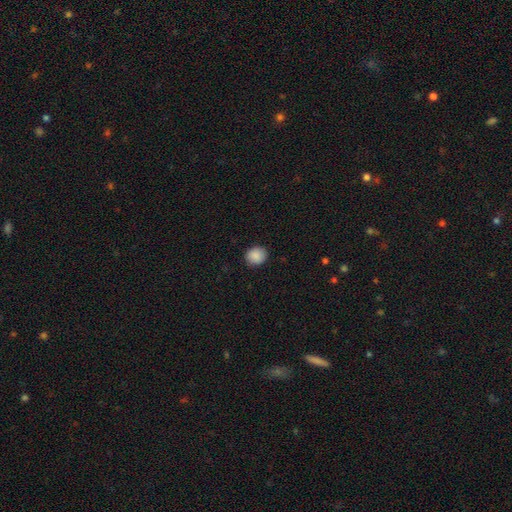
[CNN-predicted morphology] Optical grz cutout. It shows a smooth galaxy with no disk features (89%) that is round (73%). Merging: none (89%).